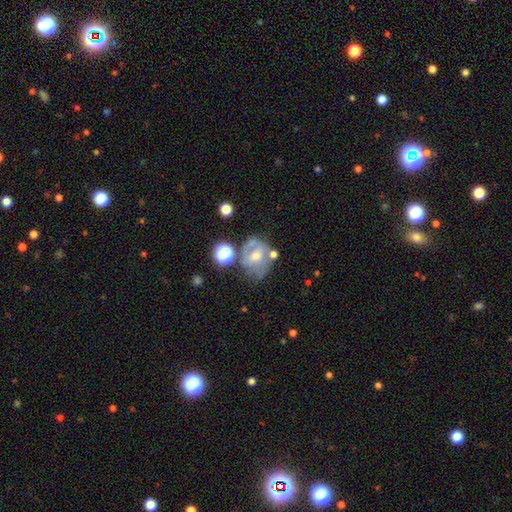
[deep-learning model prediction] A featured or disk galaxy (52%). Merging: none (50%).